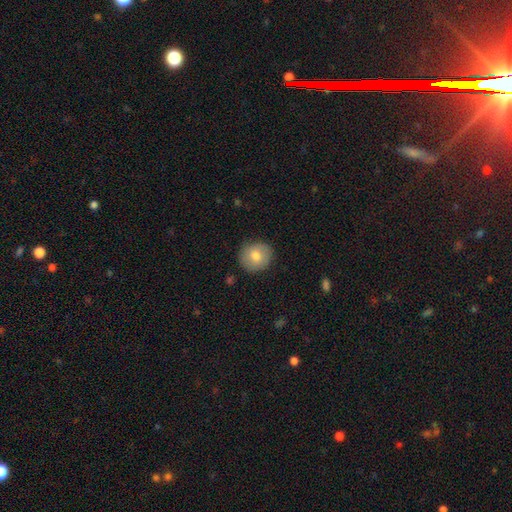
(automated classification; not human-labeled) Smooth or featured? smooth (75%)
How rounded? round (87%)
Merging? none (86%)